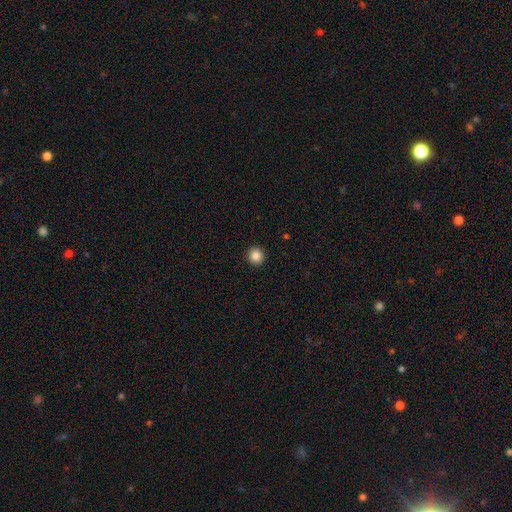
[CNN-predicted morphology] This appears to be a smooth galaxy with no disk features (86%) that is round (96%). Merging: none (94%).